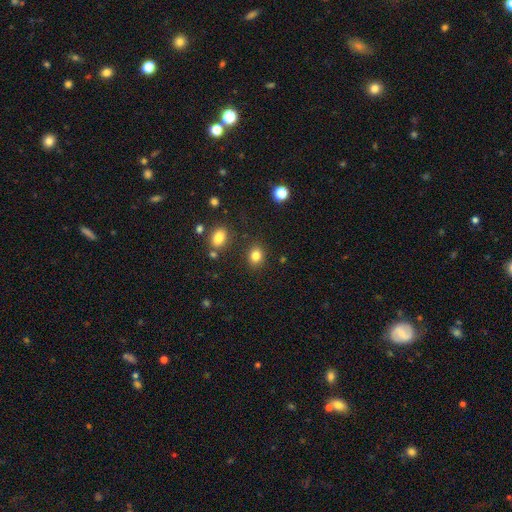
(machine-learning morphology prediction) This appears to be a smooth galaxy with no disk features (83%) that is round (51%). Merging: none (84%).